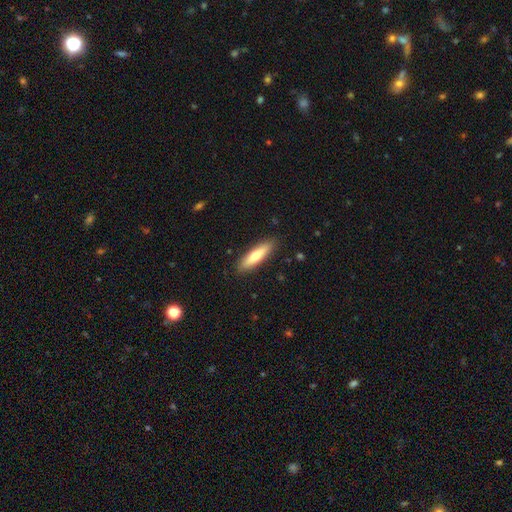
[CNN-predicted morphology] Overall: smooth (71%). How rounded: cigar-shaped (72%). Merging: none (88%).